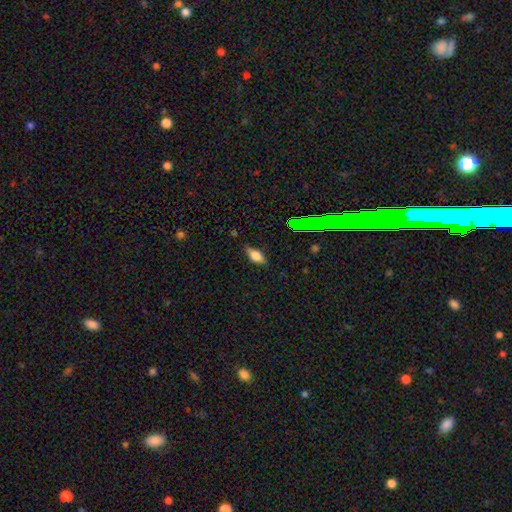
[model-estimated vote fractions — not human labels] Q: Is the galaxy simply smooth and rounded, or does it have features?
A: smooth — 57%.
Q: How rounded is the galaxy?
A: in between — 77%.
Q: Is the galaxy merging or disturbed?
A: none — 81%.